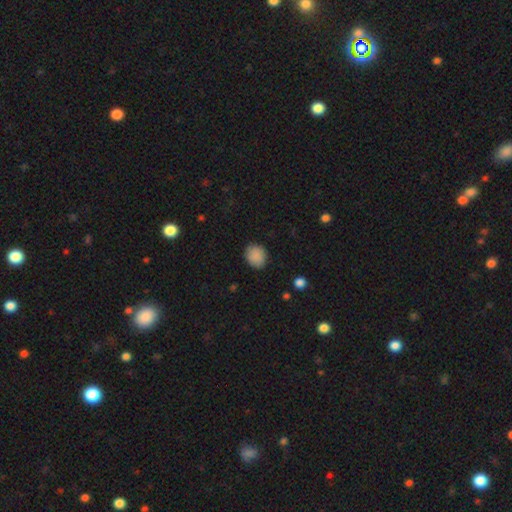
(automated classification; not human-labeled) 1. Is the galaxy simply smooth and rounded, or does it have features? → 88% smooth, 8% star or artifact, 4% featured or disk.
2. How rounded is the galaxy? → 67% round, 32% in between, 1% cigar-shaped.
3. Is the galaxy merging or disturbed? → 85% none, 11% minor disturbance, 3% major disturbance, 1% merger.